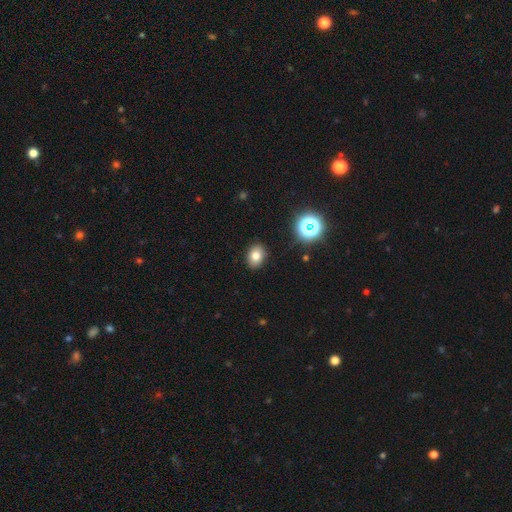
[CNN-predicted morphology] smooth_or_featured: smooth (p=0.77) [alt: star or artifact p=0.14]
how_rounded: in between (p=0.67) [alt: round p=0.32]
merging: none (p=0.89) [alt: minor disturbance p=0.08]